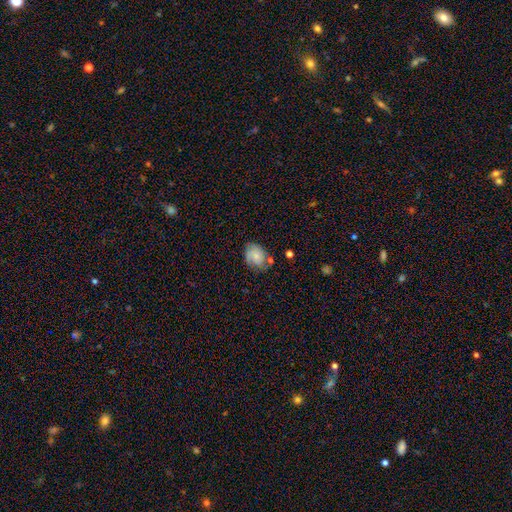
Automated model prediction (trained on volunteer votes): Overall: smooth (62%; featured or disk 29%). How rounded: in between (61%; round 38%). Merging: none (59%; minor disturbance 26%).